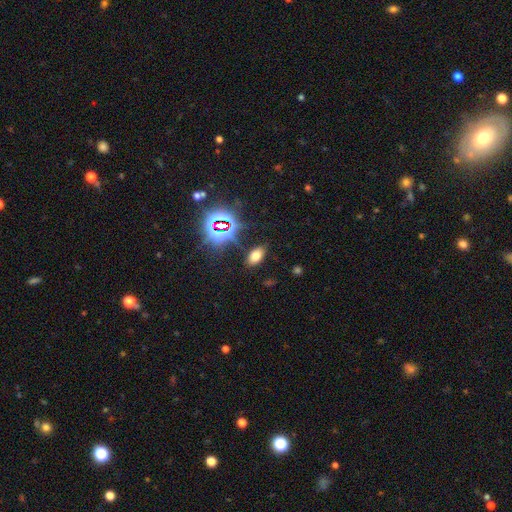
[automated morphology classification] A smooth galaxy with no disk features (65%) that is in between round and cigar-shaped (90%).

Vote fractions:
- Smooth or featured? smooth: 65% / star or artifact: 26% / featured or disk: 9%
- How rounded? in between: 90% / round: 7% / cigar-shaped: 3%
- Merging? none: 84% / minor disturbance: 10% / major disturbance: 4% / merger: 2%